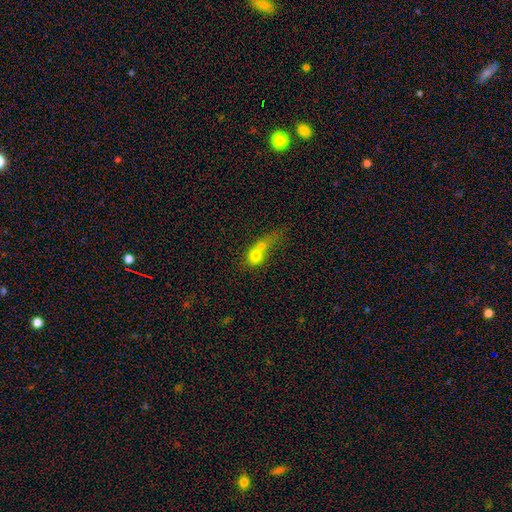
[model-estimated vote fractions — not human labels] Smooth or featured?
  - smooth: 69% *
  - featured or disk: 20%
  - star or artifact: 11%
How rounded?
  - round: 64% *
  - in between: 31%
  - cigar-shaped: 5%
Merging?
  - merger: 71% *
  - none: 16%
  - major disturbance: 7%
  - minor disturbance: 6%